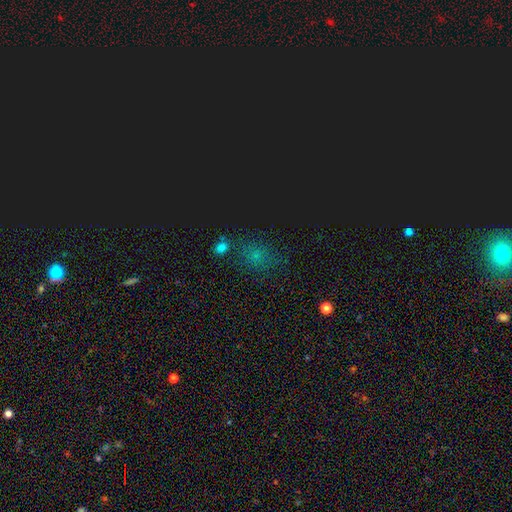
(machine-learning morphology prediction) Smooth or featured?
  - smooth: 52% *
  - star or artifact: 39%
  - featured or disk: 9%
How rounded?
  - round: 52% *
  - in between: 46%
  - cigar-shaped: 2%
Merging?
  - none: 68% *
  - minor disturbance: 16%
  - merger: 8%
  - major disturbance: 7%